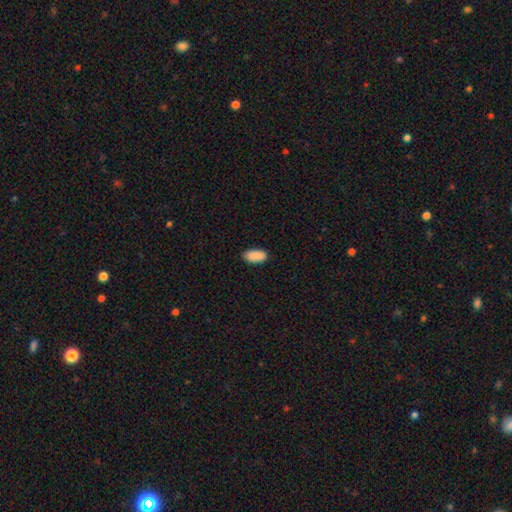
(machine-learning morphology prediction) This is clearly a smooth galaxy (90%). How rounded: clearly in between (93%). Merging: clearly none (87%).